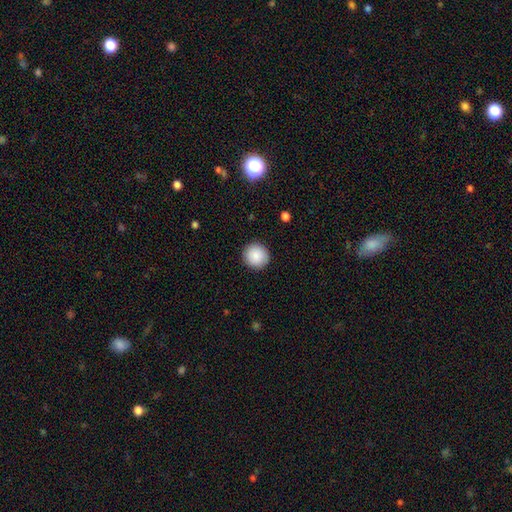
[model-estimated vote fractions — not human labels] smooth_or_featured: smooth (p=0.88) [alt: star or artifact p=0.08]
how_rounded: round (p=0.94) [alt: in between p=0.05]
merging: none (p=0.92) [alt: minor disturbance p=0.06]